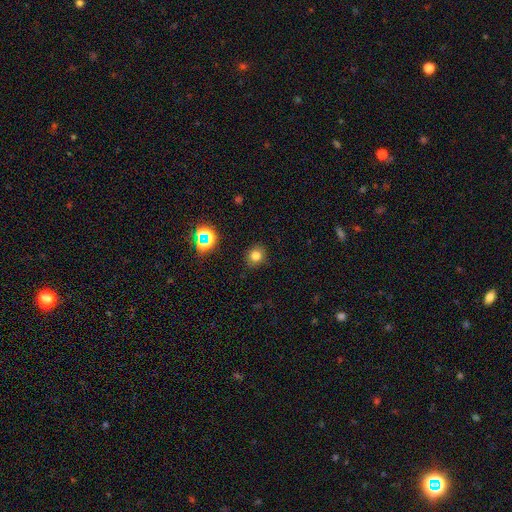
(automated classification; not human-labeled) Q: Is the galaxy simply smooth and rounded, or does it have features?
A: smooth — 75%.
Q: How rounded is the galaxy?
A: round — 74%.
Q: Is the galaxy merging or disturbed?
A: none — 84%.